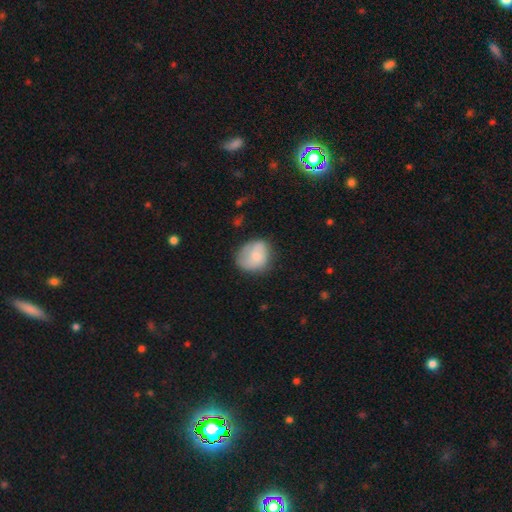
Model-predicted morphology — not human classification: type=smooth (67%); roundness=round (63%); merging=none (56%).